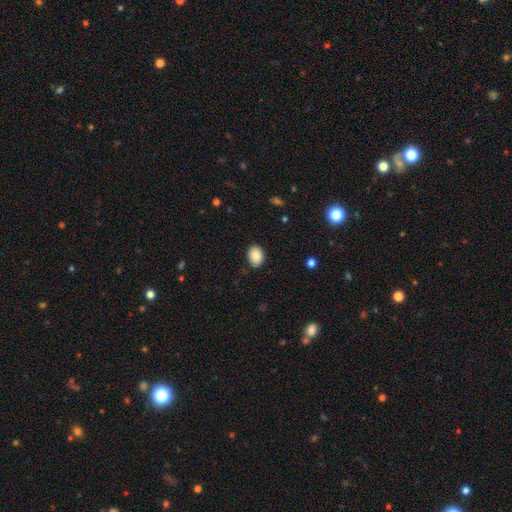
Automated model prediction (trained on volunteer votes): This is clearly a smooth galaxy (86%). How rounded: likely in between (63%). Merging: clearly none (88%).